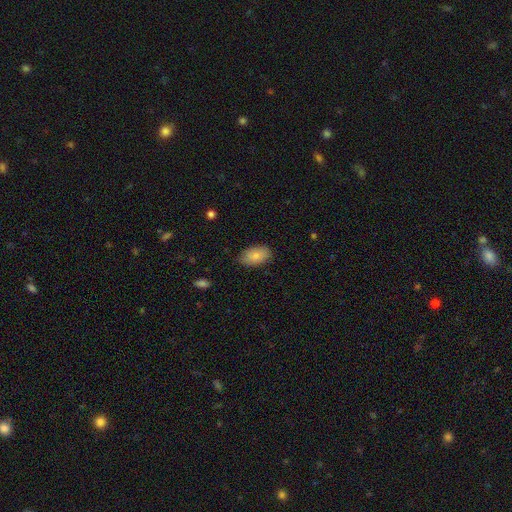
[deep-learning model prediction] Smooth or featured: smooth — 81% (featured or disk — 12%)
How rounded: in between — 93% (round — 5%)
Merging: none — 82% (minor disturbance — 15%)